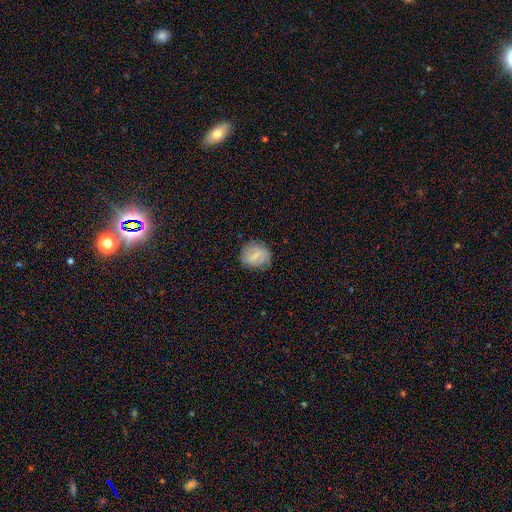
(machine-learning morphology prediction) The model was most divided on "how rounded": round: 67%, in between: 31%, cigar-shaped: 1%. More confident: merging — none (78%); smooth or featured — smooth (64%).